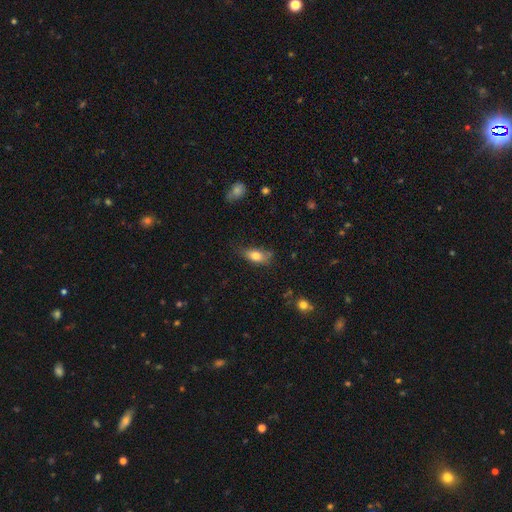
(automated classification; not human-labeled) Q: Smooth or featured?
A: smooth (77%); runner-up: featured or disk (15%)
Q: How rounded?
A: in between (82%); runner-up: cigar-shaped (12%)
Q: Merging?
A: none (65%); runner-up: minor disturbance (26%)